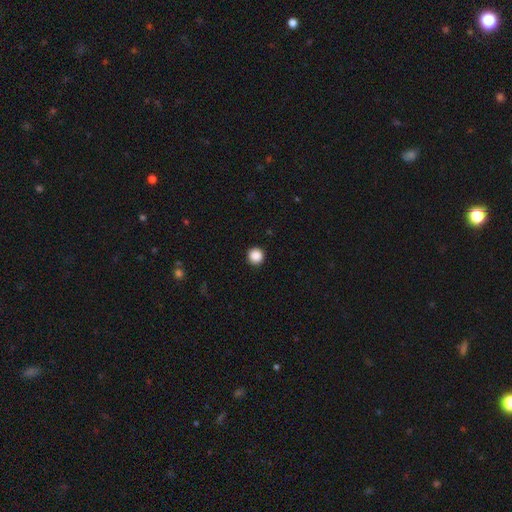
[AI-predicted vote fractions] A smooth galaxy with no disk features (88%) that is round (96%).

Vote fractions:
- Smooth or featured? smooth: 88% / star or artifact: 9% / featured or disk: 2%
- How rounded? round: 96% / in between: 3% / cigar-shaped: 1%
- Merging? none: 93% / minor disturbance: 5% / major disturbance: 2% / merger: 1%